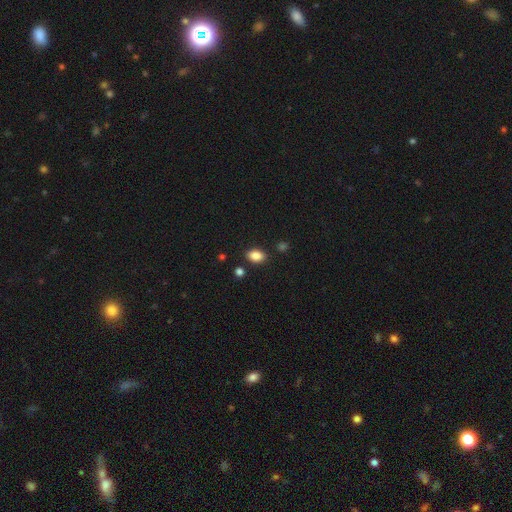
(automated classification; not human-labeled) Smooth or featured: smooth — 85% (star or artifact — 9%)
How rounded: in between — 86% (round — 12%)
Merging: none — 84% (minor disturbance — 10%)